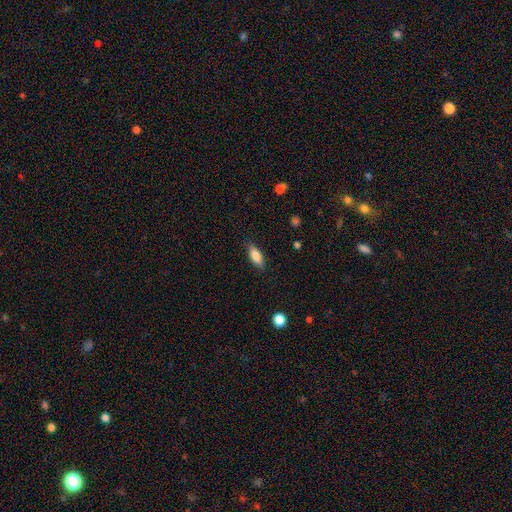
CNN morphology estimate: A smooth galaxy with no disk features (81%) that is in between round and cigar-shaped (74%).

Vote fractions:
- Smooth or featured? smooth: 81% / featured or disk: 12% / star or artifact: 7%
- How rounded? in between: 74% / cigar-shaped: 24% / round: 3%
- Merging? none: 85% / minor disturbance: 11% / major disturbance: 3% / merger: 1%